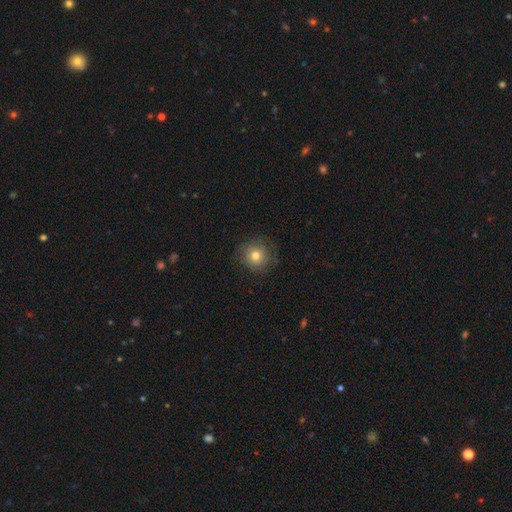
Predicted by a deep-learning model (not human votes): Smooth or featured: smooth — 75% (featured or disk — 14%)
How rounded: round — 92% (in between — 7%)
Merging: none — 83% (minor disturbance — 12%)